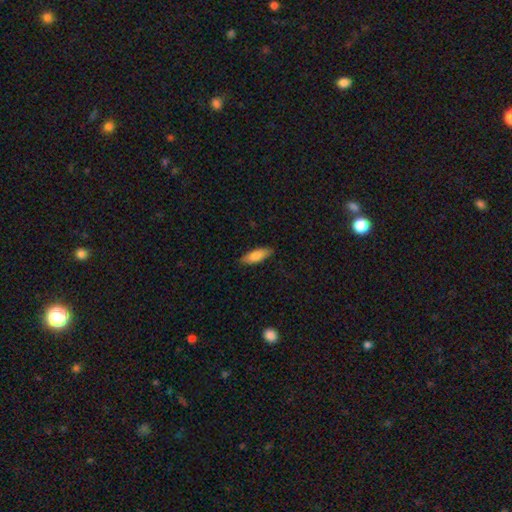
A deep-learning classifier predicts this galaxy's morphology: Smooth or featured? smooth (81%)
How rounded? in between (63%)
Merging? none (86%)